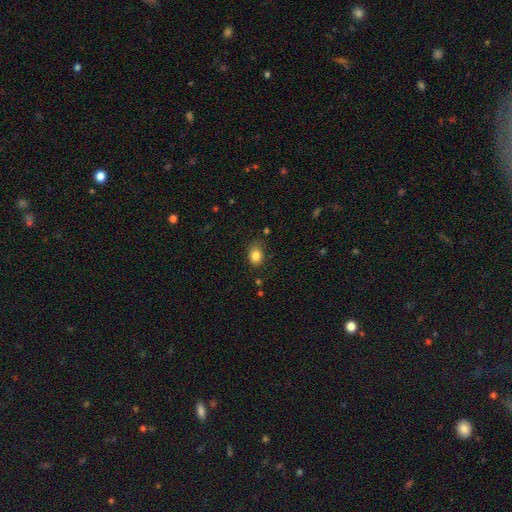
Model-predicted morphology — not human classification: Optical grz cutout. It shows a smooth galaxy with no disk features (84%) that is in between round and cigar-shaped (60%). Merging: none (78%).